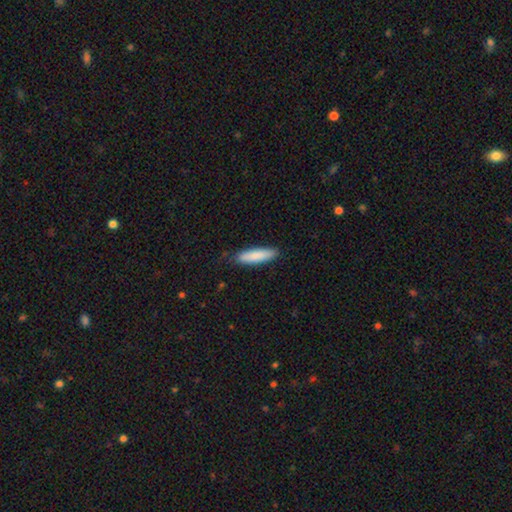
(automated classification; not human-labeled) smooth-or-featured: smooth: 86% | featured or disk: 9% | star or artifact: 5%
  how-rounded: cigar-shaped: 69% | in between: 30% | round: 1%
  merging: none: 84% | minor disturbance: 13% | major disturbance: 2% | merger: 1%